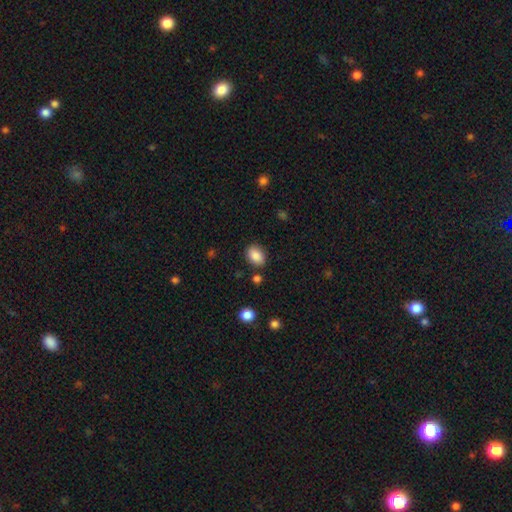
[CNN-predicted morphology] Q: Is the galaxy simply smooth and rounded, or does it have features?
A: smooth — 87%.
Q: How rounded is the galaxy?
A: in between — 79%.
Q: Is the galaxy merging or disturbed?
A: none — 84%.